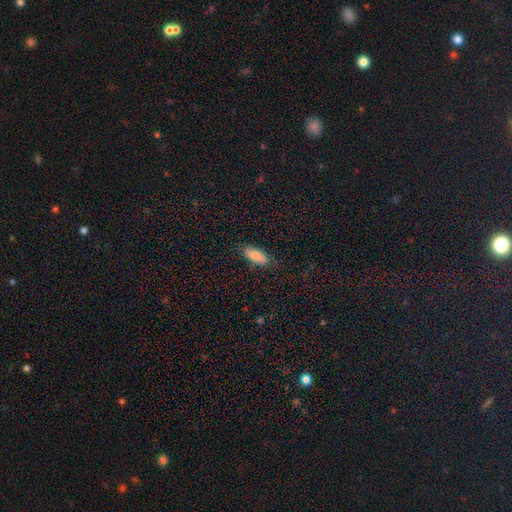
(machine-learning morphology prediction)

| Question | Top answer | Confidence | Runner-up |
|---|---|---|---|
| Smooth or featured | smooth | 83% | featured or disk (11%) |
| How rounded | in between | 80% | cigar-shaped (18%) |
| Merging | none | 82% | minor disturbance (14%) |